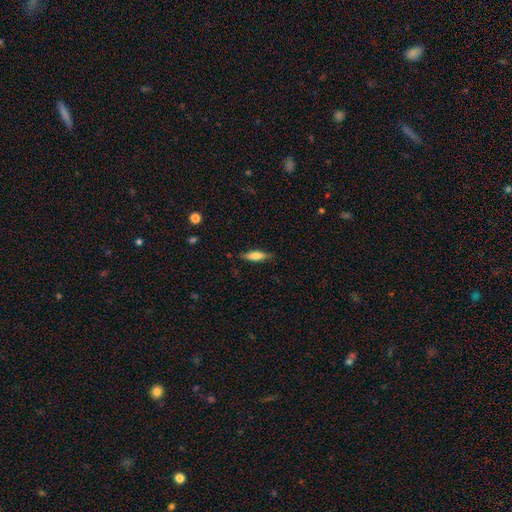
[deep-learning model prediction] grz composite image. It shows a smooth galaxy with no disk features (66%) that is cigar-shaped (60%). Merging: none (82%).